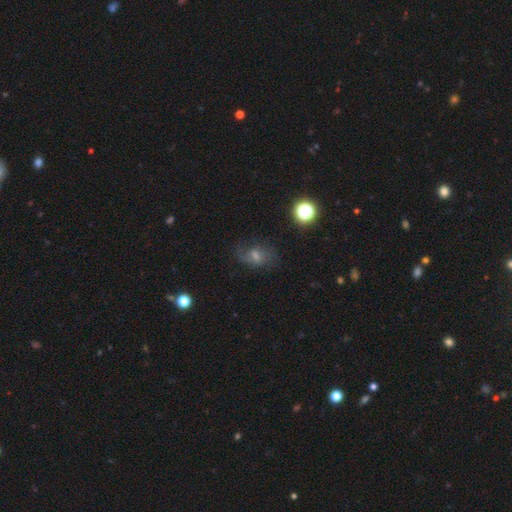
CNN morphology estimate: A smooth galaxy with no disk features (44%).

Vote fractions:
- Smooth or featured? smooth: 44% / featured or disk: 37% / star or artifact: 19%
- Merging? none: 62% / minor disturbance: 22% / major disturbance: 14% / merger: 3%